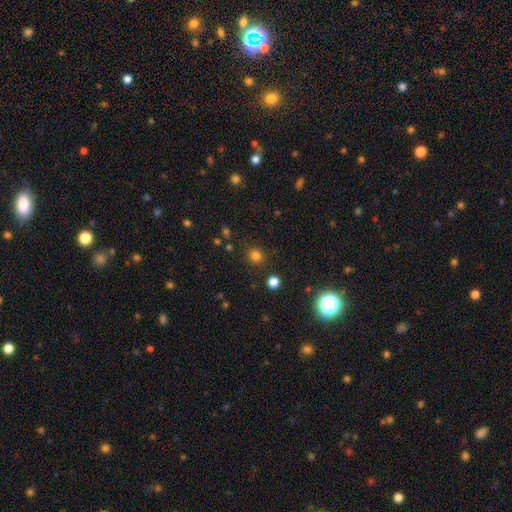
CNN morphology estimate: Smooth or featured?
  - smooth: 79% *
  - star or artifact: 17%
  - featured or disk: 4%
How rounded?
  - round: 90% *
  - in between: 9%
  - cigar-shaped: 1%
Merging?
  - none: 87% *
  - minor disturbance: 7%
  - major disturbance: 3%
  - merger: 2%